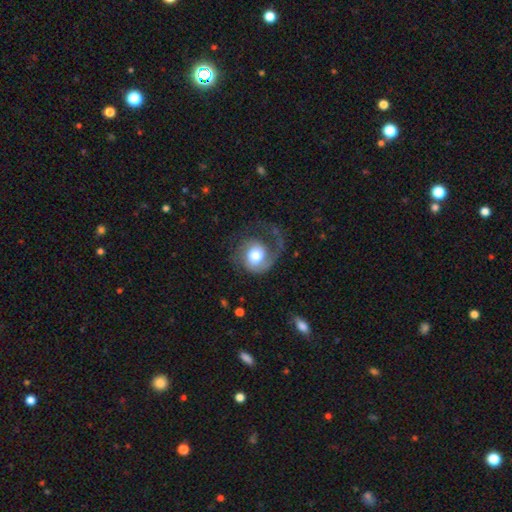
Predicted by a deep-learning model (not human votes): Smooth or featured?
  - featured or disk: 73% *
  - smooth: 21%
  - star or artifact: 6%
Edge-on disk?
  - no: 98% *
  - yes: 2%
Bar?
  - no: 73% *
  - weak: 23%
  - strong: 4%
Spiral arms?
  - yes: 93% *
  - no: 7%
Spiral winding?
  - medium: 42% *
  - loose: 31%
  - tight: 28%
Spiral arm count?
  - 1: 65% *
  - 2: 27%
  - can't tell: 4%
  - 3: 2%
  - 4: 1%
  - more than 4: 1%
Bulge size?
  - large: 47% *
  - moderate: 36%
  - dominant: 12%
  - small: 4%
  - none: 1%
Merging?
  - none: 49% *
  - major disturbance: 33%
  - minor disturbance: 17%
  - merger: 2%